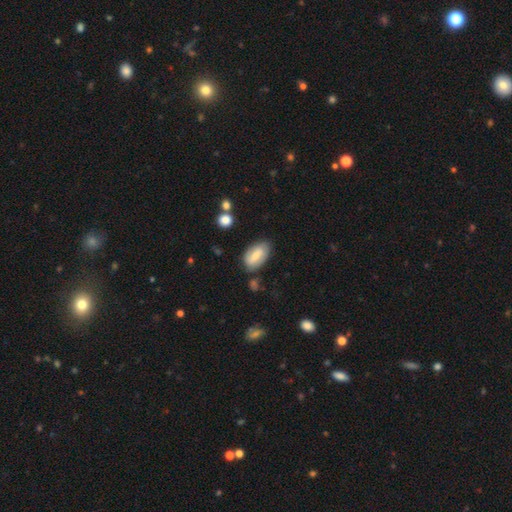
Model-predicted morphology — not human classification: Smooth or featured: smooth — 69% (featured or disk — 24%)
How rounded: in between — 93% (round — 4%)
Merging: none — 73% (minor disturbance — 19%)